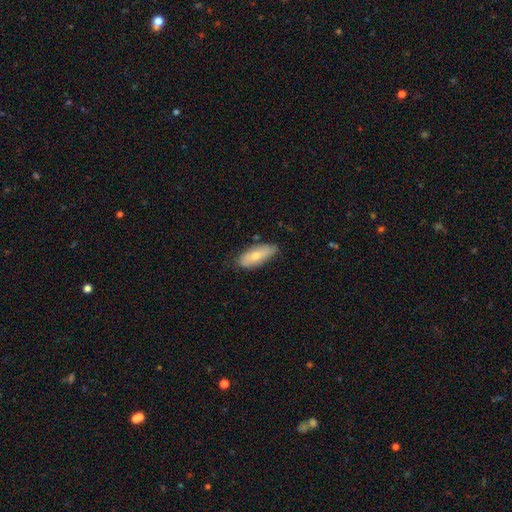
A smooth galaxy with no disk features (77%) that is in between round and cigar-shaped (73%). Merging: none (76%).